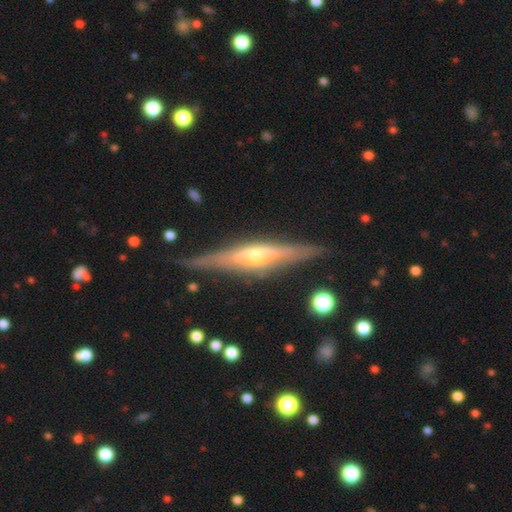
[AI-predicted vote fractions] featured or disk 81%, smooth 13%, star or artifact 6%. Down the decision tree: edge-on disk — yes (96%); edge-on bulge — rounded (83%); merging — none (87%).